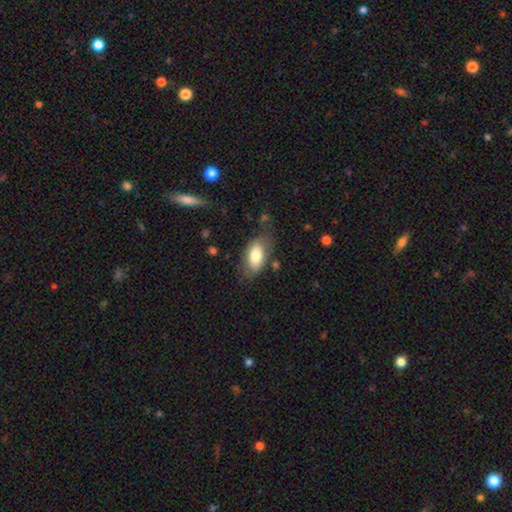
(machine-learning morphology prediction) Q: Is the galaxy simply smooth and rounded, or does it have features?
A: smooth — 75%.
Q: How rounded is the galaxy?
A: in between — 91%.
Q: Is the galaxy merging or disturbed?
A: none — 65%.